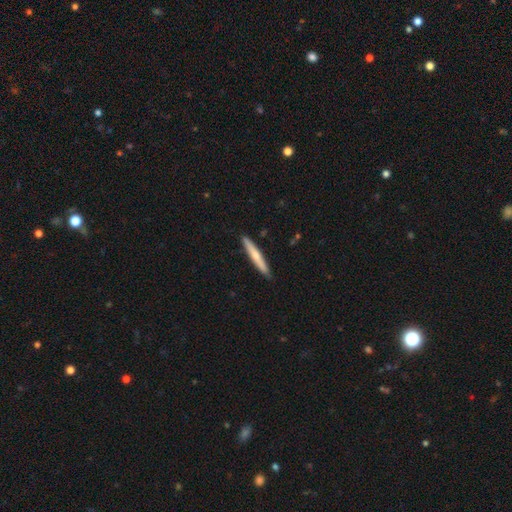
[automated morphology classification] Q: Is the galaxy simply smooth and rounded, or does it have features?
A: smooth — 60%.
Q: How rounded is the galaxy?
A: cigar-shaped — 95%.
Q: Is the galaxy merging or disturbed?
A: none — 90%.